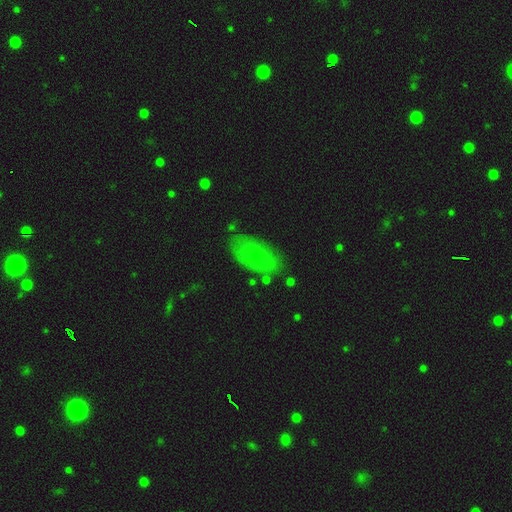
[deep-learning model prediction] This appears to be a smooth galaxy with no disk features (52%) that is in between round and cigar-shaped (90%). Merging: none (77%).